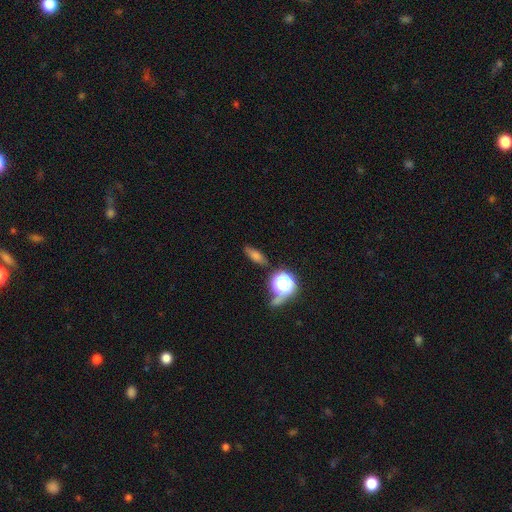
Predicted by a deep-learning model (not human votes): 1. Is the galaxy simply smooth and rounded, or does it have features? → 59% smooth, 21% star or artifact, 20% featured or disk.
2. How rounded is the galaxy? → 53% in between, 32% cigar-shaped, 16% round.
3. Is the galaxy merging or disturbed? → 74% none, 16% minor disturbance, 6% major disturbance, 4% merger.